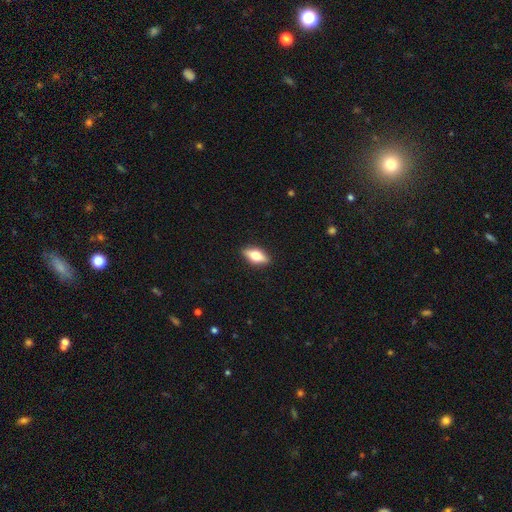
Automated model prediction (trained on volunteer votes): smooth_or_featured: smooth (p=0.57) [alt: featured or disk p=0.37]
how_rounded: in between (p=0.74) [alt: cigar-shaped p=0.22]
merging: none (p=0.89) [alt: minor disturbance p=0.08]